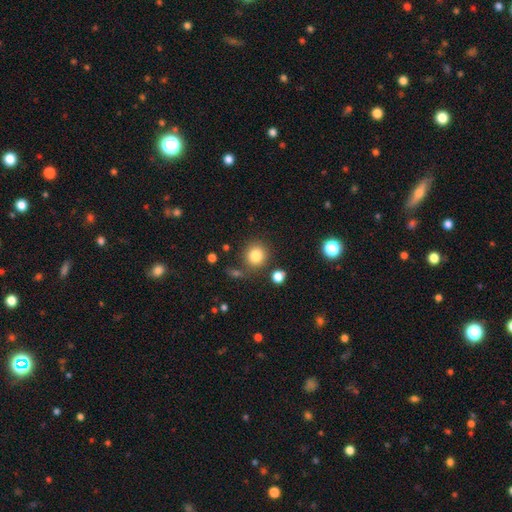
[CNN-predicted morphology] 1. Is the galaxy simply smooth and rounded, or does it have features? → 83% smooth, 11% star or artifact, 6% featured or disk.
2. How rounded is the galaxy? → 89% round, 10% in between, 1% cigar-shaped.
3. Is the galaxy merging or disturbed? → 78% none, 10% minor disturbance, 8% merger, 4% major disturbance.